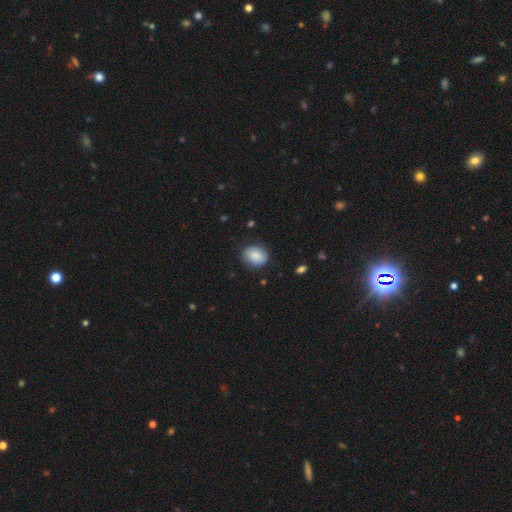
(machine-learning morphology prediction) smooth-or-featured: smooth: 83% | featured or disk: 10% | star or artifact: 7%
  how-rounded: round: 50% | in between: 49% | cigar-shaped: 1%
  merging: none: 79% | minor disturbance: 16% | major disturbance: 4% | merger: 1%